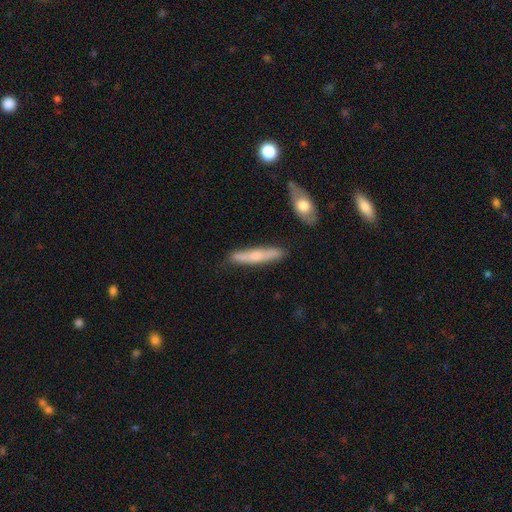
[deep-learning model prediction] Smooth or featured?
  - smooth: 51% *
  - featured or disk: 43%
  - star or artifact: 6%
How rounded?
  - cigar-shaped: 89% *
  - in between: 9%
  - round: 2%
Merging?
  - none: 83% *
  - minor disturbance: 12%
  - merger: 3%
  - major disturbance: 2%